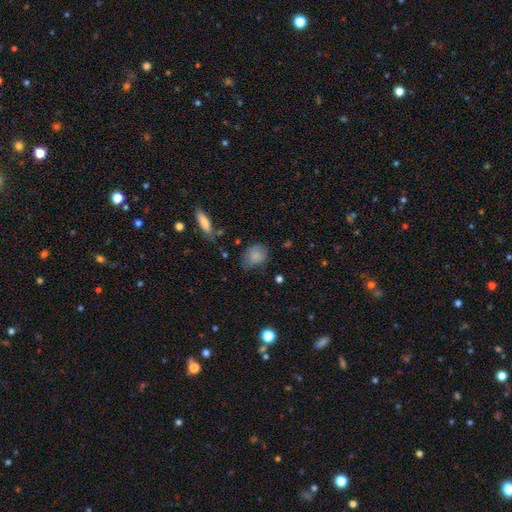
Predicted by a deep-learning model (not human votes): Smooth or featured: smooth — 81% (featured or disk — 10%)
How rounded: in between — 50% (round — 48%)
Merging: none — 54% (minor disturbance — 33%)